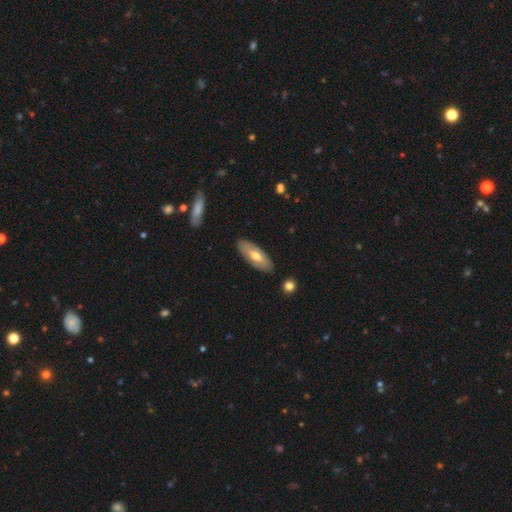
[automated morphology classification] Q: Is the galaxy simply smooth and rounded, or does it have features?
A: smooth — 57%.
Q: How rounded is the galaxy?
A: in between — 75%.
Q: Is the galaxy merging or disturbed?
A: none — 87%.